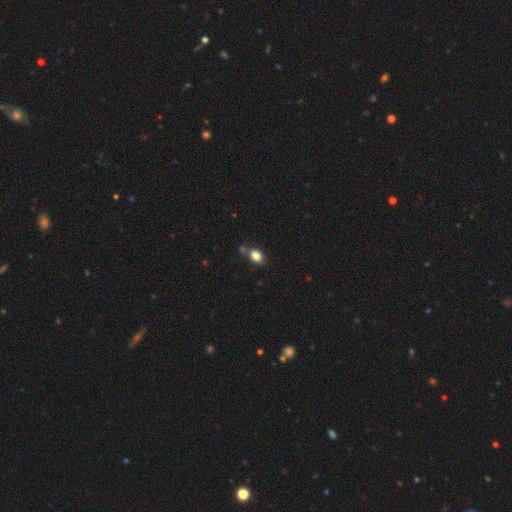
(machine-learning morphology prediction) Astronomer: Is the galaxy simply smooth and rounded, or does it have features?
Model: smooth — 82%.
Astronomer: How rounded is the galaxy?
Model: in between — 72%.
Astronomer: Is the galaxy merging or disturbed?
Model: none — 65%.